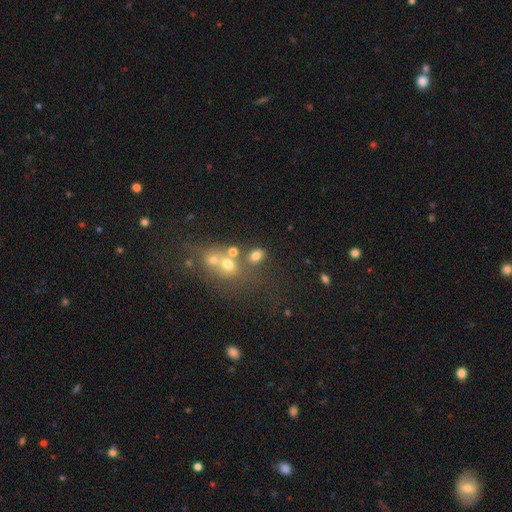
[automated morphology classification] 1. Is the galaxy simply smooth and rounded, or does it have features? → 70% smooth, 17% star or artifact, 13% featured or disk.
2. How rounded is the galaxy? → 67% in between, 32% round, 2% cigar-shaped.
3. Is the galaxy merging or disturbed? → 53% none, 25% merger, 13% minor disturbance, 8% major disturbance.